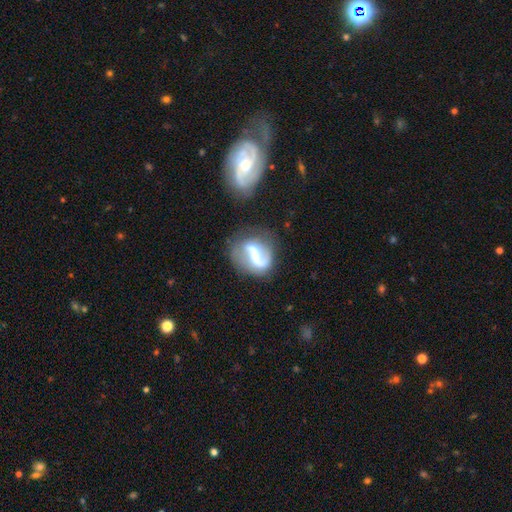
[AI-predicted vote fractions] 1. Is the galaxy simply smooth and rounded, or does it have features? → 77% featured or disk, 16% smooth, 7% star or artifact.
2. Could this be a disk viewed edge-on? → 97% no, 3% yes.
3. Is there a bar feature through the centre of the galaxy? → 45% strong, 37% weak, 17% no.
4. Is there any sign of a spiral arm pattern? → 88% yes, 12% no.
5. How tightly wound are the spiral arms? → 64% loose, 28% medium, 8% tight.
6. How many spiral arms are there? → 80% 2, 13% 1, 5% can't tell, 1% 3, 1% 4, 1% more than 4.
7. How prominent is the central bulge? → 40% small, 32% moderate, 17% none, 8% large, 3% dominant.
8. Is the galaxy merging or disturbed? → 62% none, 19% minor disturbance, 13% major disturbance, 5% merger.